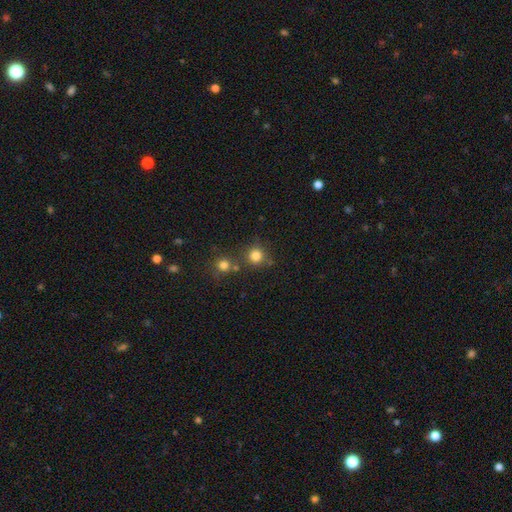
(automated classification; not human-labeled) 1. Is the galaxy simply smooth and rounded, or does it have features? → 81% smooth, 14% star or artifact, 6% featured or disk.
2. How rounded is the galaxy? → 93% round, 6% in between, 1% cigar-shaped.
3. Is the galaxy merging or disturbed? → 74% none, 14% merger, 9% minor disturbance, 3% major disturbance.